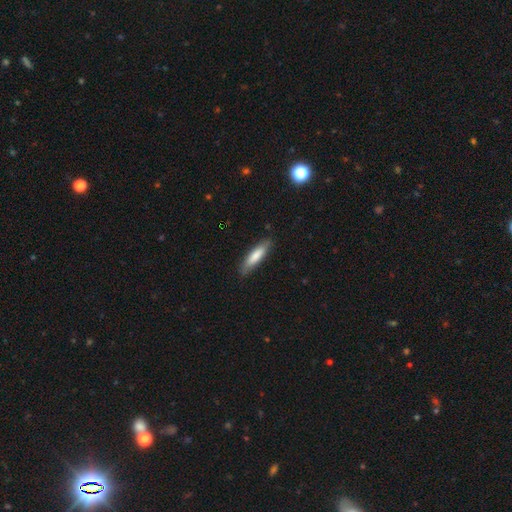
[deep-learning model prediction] The model was most divided on "how rounded": cigar-shaped: 75%, in between: 23%, round: 1%. More confident: merging — none (85%); smooth or featured — smooth (77%).